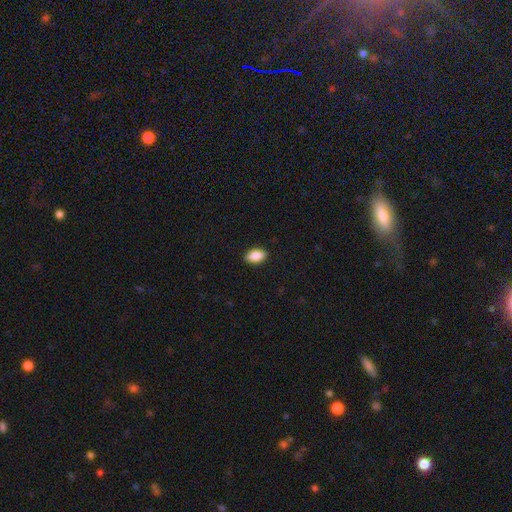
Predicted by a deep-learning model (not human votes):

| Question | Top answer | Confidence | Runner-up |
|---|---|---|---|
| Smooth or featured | smooth | 86% | star or artifact (7%) |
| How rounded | in between | 90% | round (6%) |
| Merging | none | 88% | minor disturbance (10%) |